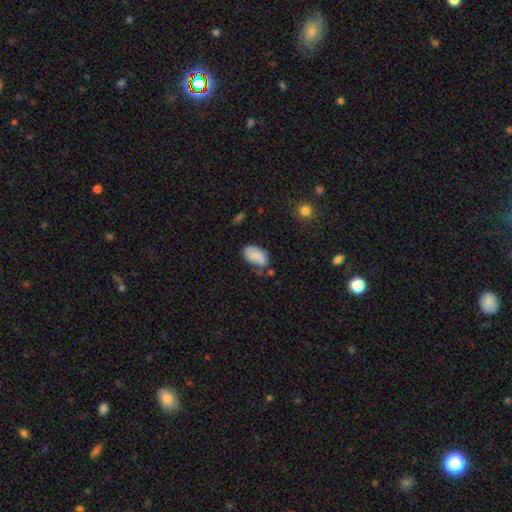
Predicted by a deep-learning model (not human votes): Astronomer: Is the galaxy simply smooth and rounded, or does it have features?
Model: smooth — 71%.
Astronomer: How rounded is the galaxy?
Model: in between — 93%.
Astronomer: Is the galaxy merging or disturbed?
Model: none — 51% (runner-up: minor disturbance, 31%).